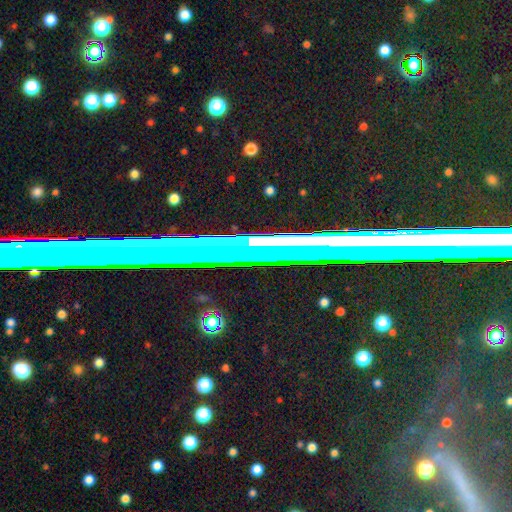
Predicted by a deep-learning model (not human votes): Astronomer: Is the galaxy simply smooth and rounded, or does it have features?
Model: star or artifact — 55%.